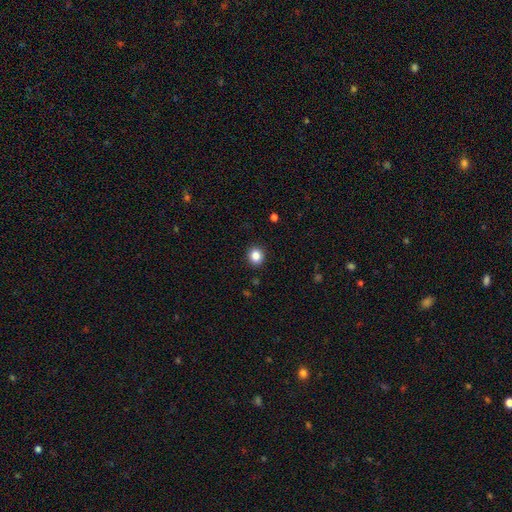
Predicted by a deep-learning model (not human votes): smooth-or-featured: smooth: 85% | star or artifact: 11% | featured or disk: 4%
  how-rounded: round: 84% | in between: 15% | cigar-shaped: 1%
  merging: none: 92% | minor disturbance: 5% | major disturbance: 2% | merger: 1%